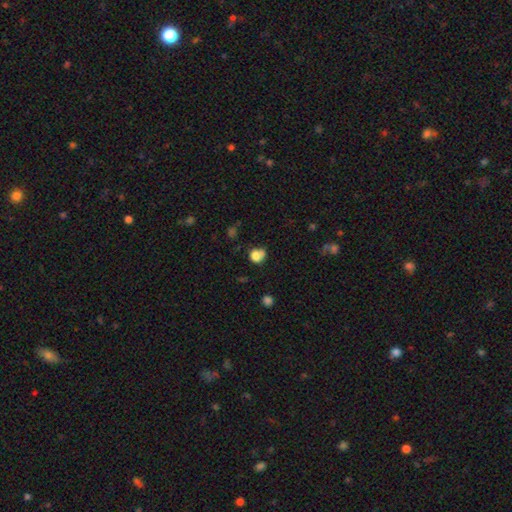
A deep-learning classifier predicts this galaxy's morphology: Overall: smooth (79%). How rounded: round (73%). Merging: none (48%; minor disturbance 26%).